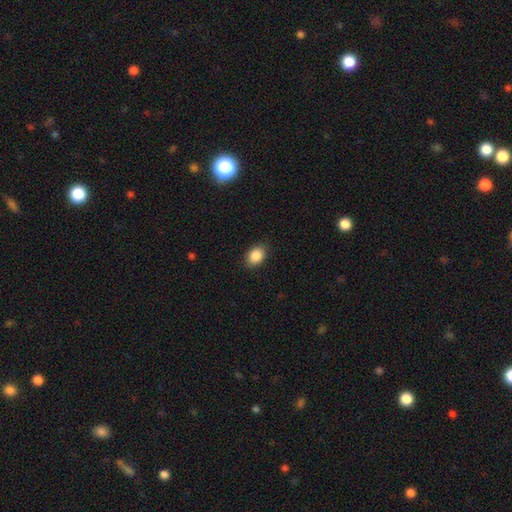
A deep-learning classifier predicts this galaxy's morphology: This appears to be a smooth galaxy with no disk features (88%) that is in between round and cigar-shaped (75%). Merging: none (87%).